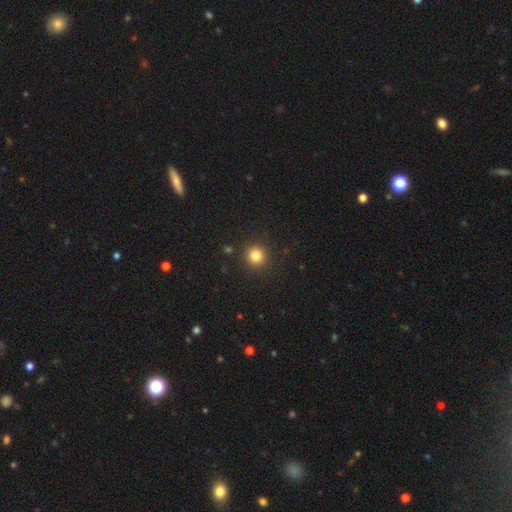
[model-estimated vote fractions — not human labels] A smooth galaxy with no disk features (83%) that is round (94%).

Vote fractions:
- Smooth or featured? smooth: 83% / star or artifact: 12% / featured or disk: 5%
- How rounded? round: 94% / in between: 5% / cigar-shaped: 1%
- Merging? none: 91% / minor disturbance: 6% / major disturbance: 2% / merger: 2%